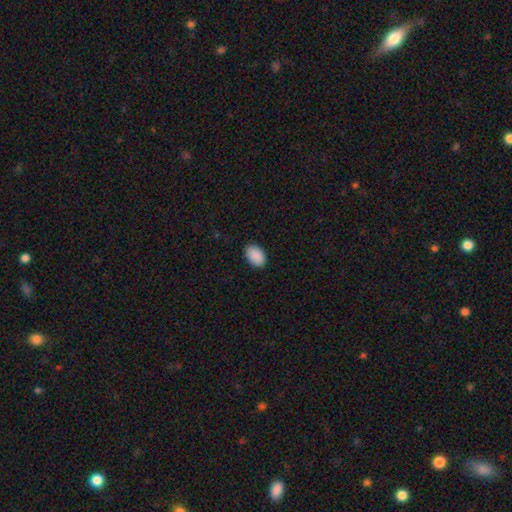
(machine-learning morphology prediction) smooth_or_featured: smooth (p=0.91) [alt: star or artifact p=0.07]
how_rounded: in between (p=0.88) [alt: round p=0.11]
merging: none (p=0.89) [alt: minor disturbance p=0.08]